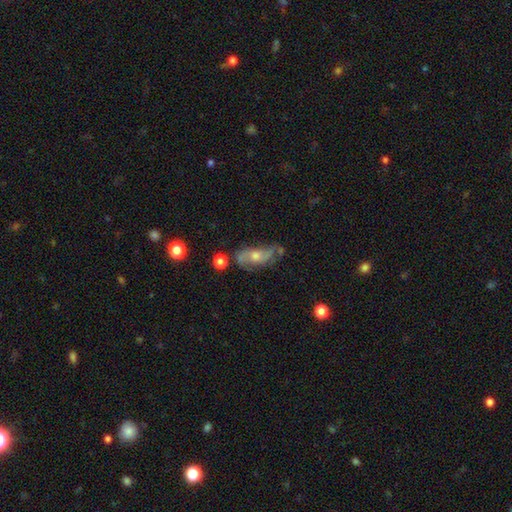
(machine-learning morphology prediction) type=featured or disk (71%); edge-on=no (87%); bar=no (64%); spiral arms=yes (87%); winding=medium (42%); arm count=2 (77%); bulge=moderate (57%); merging=none (63%).